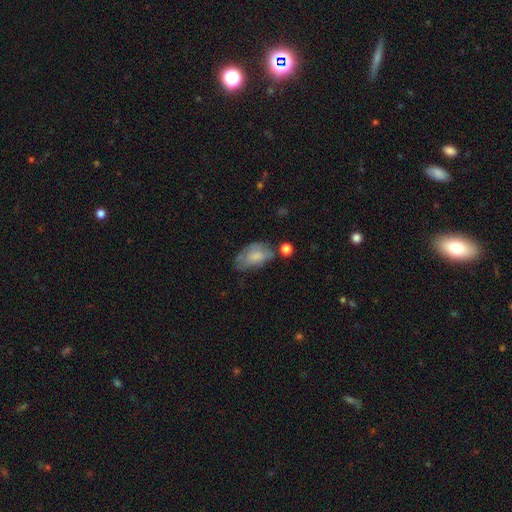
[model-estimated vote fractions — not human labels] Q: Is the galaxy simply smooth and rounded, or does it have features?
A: smooth — 65%.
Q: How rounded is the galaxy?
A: in between — 90%.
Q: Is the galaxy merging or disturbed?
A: none — 40%.